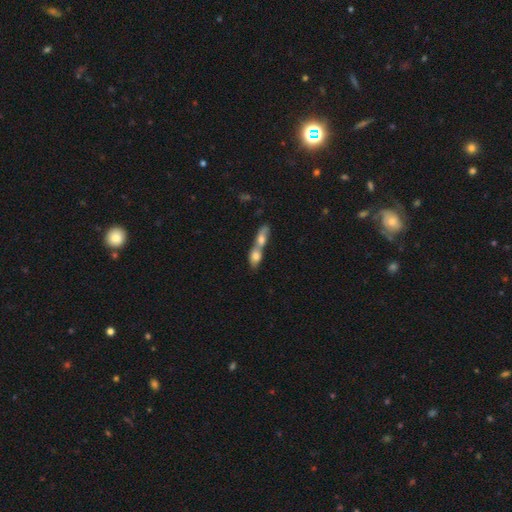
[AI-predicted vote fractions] The model was most divided on "how rounded": in between: 63%, cigar-shaped: 20%, round: 17%. More confident: merging — merger (79%); smooth or featured — smooth (70%).